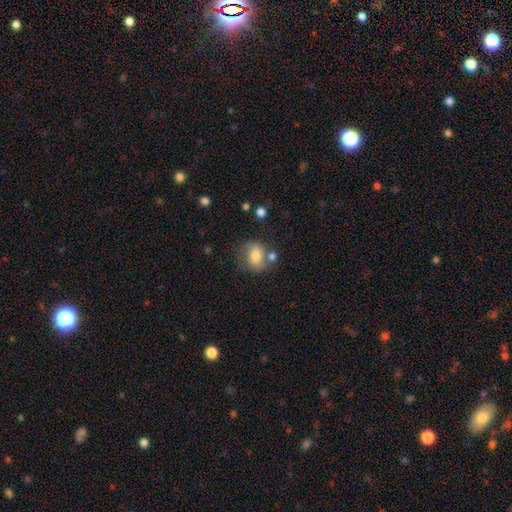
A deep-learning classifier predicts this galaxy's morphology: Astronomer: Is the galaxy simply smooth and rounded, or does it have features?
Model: smooth — 68%.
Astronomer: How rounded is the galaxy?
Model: in between — 52% (runner-up: round, 46%).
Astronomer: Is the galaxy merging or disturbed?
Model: none — 53%.